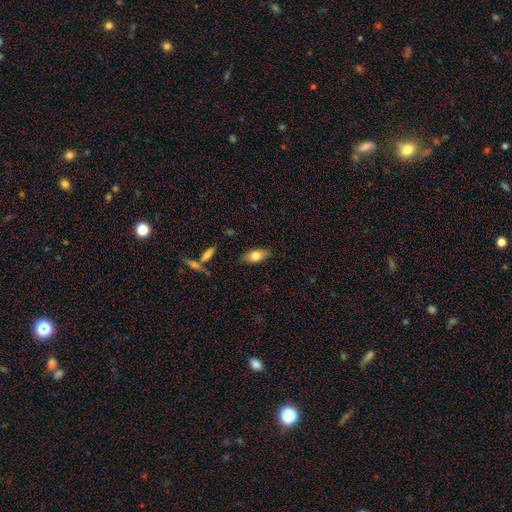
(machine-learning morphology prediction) Smooth or featured? Predicted: smooth (p=0.75). How rounded? Predicted: in between (p=0.83). Merging? Predicted: none (p=0.83).